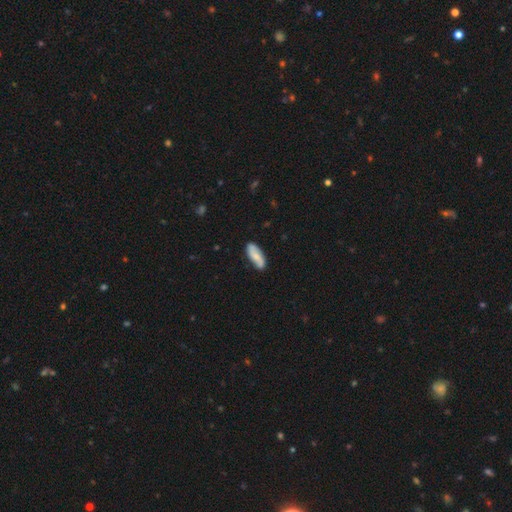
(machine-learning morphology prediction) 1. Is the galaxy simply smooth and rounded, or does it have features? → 53% smooth, 41% featured or disk, 6% star or artifact.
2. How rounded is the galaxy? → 71% in between, 27% cigar-shaped, 2% round.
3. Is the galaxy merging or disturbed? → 81% none, 15% minor disturbance, 3% major disturbance, 2% merger.